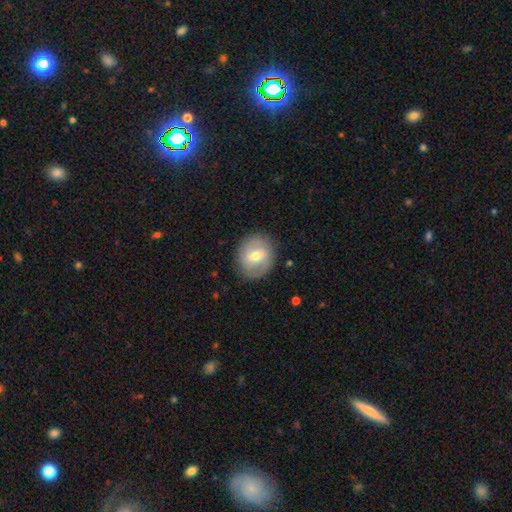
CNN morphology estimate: Smooth or featured: smooth — 50% (featured or disk — 43%)
How rounded: round — 78% (in between — 21%)
Merging: none — 84% (minor disturbance — 11%)